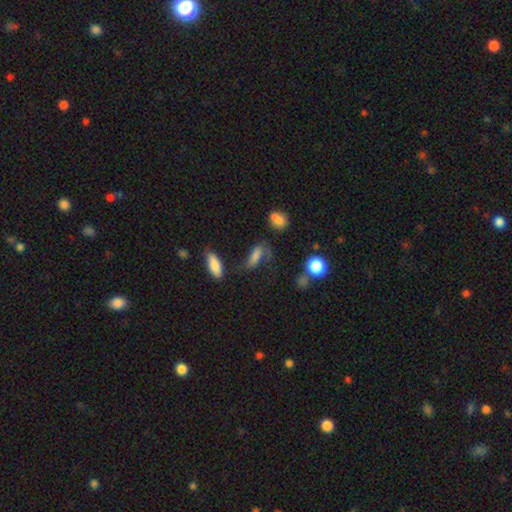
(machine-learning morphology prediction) Q: Smooth or featured?
A: smooth (60%); runner-up: featured or disk (26%)
Q: How rounded?
A: in between (67%); runner-up: cigar-shaped (25%)
Q: Merging?
A: none (46%); runner-up: minor disturbance (24%)